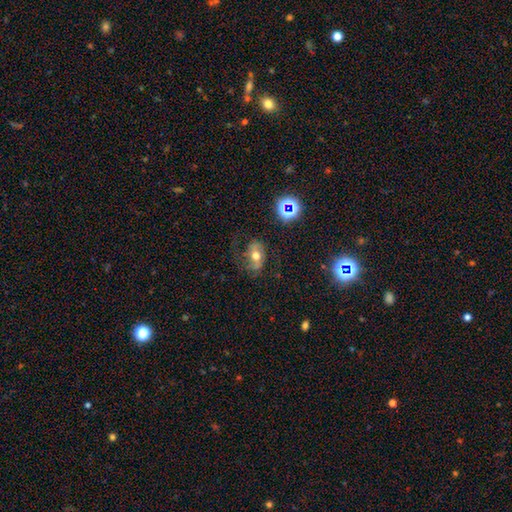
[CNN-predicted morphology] smooth-or-featured: smooth: 42% (tied) | featured or disk: 42% (tied) | star or artifact: 15%
  merging: none: 54% | minor disturbance: 23% | major disturbance: 21% | merger: 2%